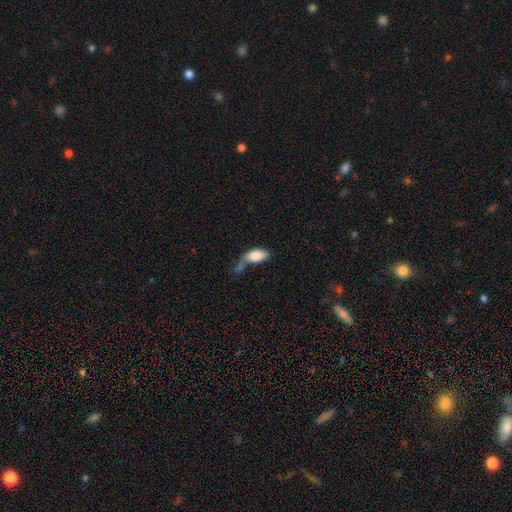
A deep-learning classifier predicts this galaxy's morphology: smooth-or-featured: smooth: 80% | featured or disk: 13% | star or artifact: 7%
  how-rounded: in between: 92% | cigar-shaped: 4% | round: 3%
  merging: merger: 36% | none: 31% | minor disturbance: 19% | major disturbance: 14%